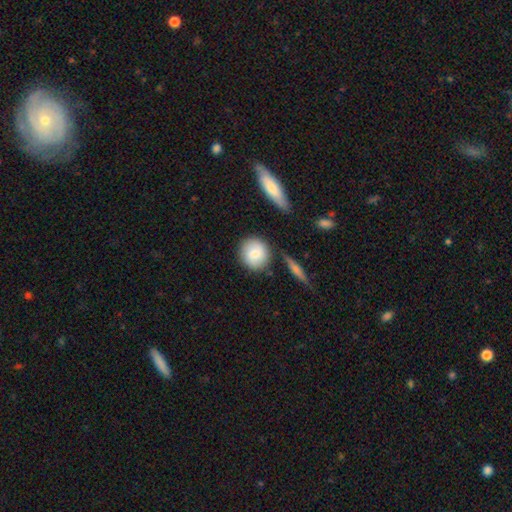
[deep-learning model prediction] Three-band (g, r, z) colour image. It shows a smooth galaxy with no disk features (81%) that is round (86%). Merging: none (78%).